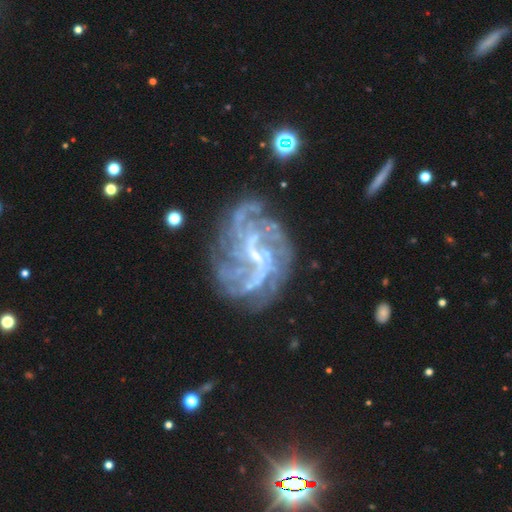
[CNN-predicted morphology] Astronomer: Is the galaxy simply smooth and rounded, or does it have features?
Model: featured or disk — 86%.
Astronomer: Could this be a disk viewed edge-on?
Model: no — 98%.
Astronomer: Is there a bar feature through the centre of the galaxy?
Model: weak — 51% (runner-up: no, 29%).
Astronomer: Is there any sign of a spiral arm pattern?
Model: yes — 92%.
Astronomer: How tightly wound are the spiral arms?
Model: medium — 42% (runner-up: tight, 34%).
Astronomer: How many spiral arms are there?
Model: can't tell — 29% (runner-up: 4, 24%).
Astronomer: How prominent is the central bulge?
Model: small — 63%.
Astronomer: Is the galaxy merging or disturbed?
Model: none — 65%.